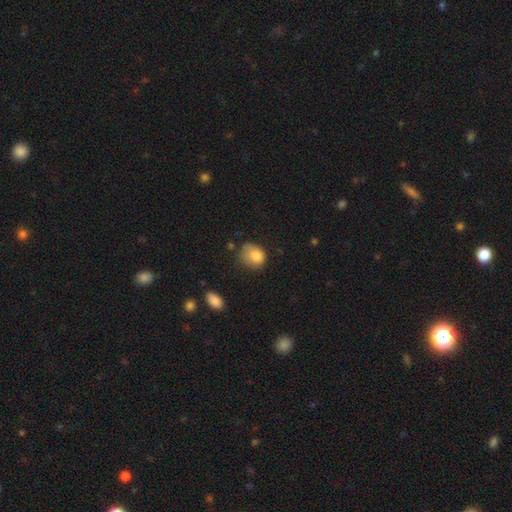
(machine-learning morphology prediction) smooth_or_featured: smooth (p=0.81) [alt: featured or disk p=0.11]
how_rounded: in between (p=0.50) [tied with: round p=0.50]
merging: minor disturbance (p=0.38) [alt: none p=0.37]